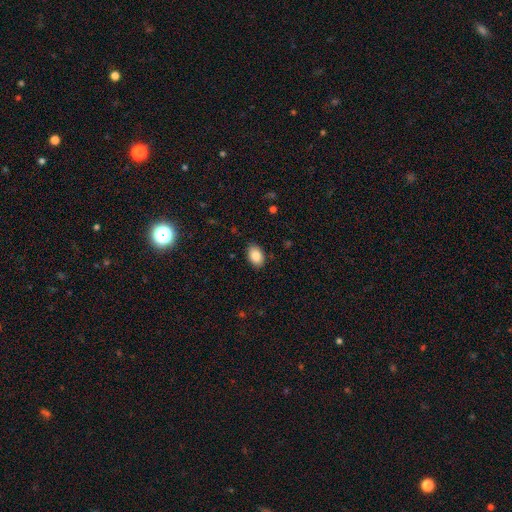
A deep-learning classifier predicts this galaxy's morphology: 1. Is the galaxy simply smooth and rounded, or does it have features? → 86% smooth, 8% star or artifact, 7% featured or disk.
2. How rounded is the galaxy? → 86% in between, 13% round, 1% cigar-shaped.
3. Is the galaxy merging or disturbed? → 87% none, 10% minor disturbance, 2% major disturbance, 1% merger.